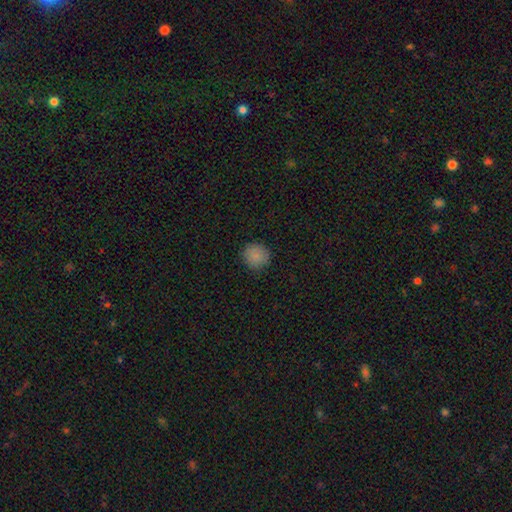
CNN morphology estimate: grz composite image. It shows a smooth galaxy with no disk features (85%) that is round (91%). Merging: none (87%).